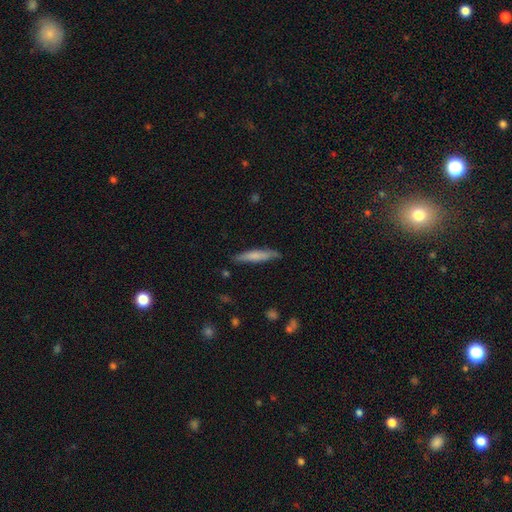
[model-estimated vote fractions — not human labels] Smooth or featured? Predicted: smooth (p=0.66). How rounded? Predicted: cigar-shaped (p=0.91). Merging? Predicted: none (p=0.82).